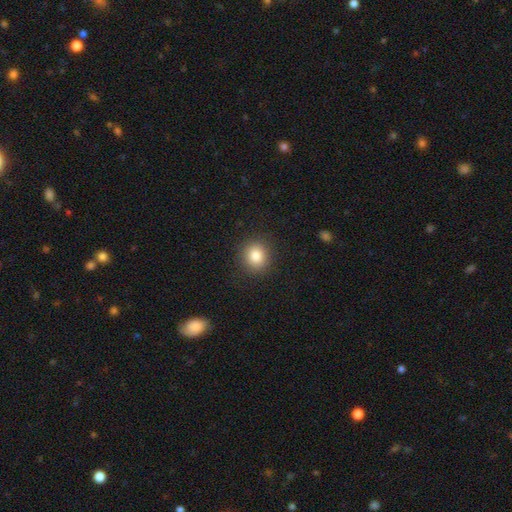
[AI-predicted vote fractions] A smooth galaxy with no disk features (84%) that is round (81%).

Vote fractions:
- Smooth or featured? smooth: 84% / star or artifact: 10% / featured or disk: 6%
- How rounded? round: 81% / in between: 18% / cigar-shaped: 1%
- Merging? none: 89% / minor disturbance: 7% / major disturbance: 2% / merger: 1%